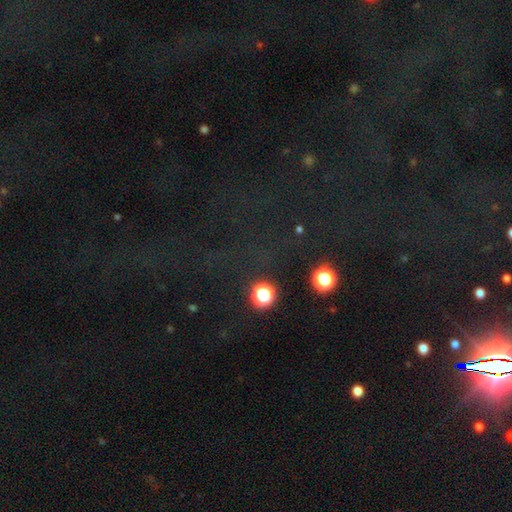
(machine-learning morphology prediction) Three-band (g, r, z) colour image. It shows a star or artifact, not a galaxy (75%).